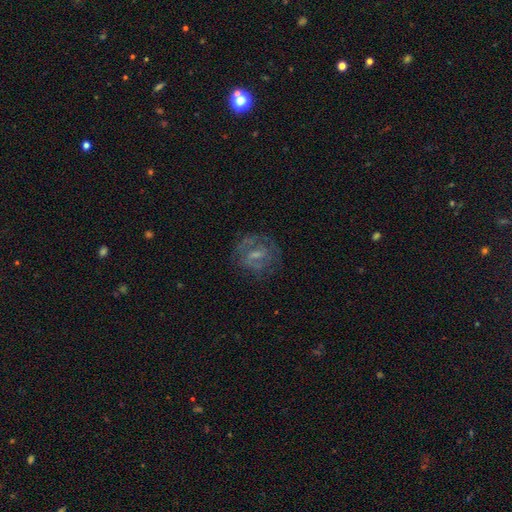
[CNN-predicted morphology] smooth_or_featured: featured or disk (p=0.64) [alt: smooth p=0.25]
disk_edge_on: no (p=0.96) [alt: yes p=0.04]
bar: weak (p=0.50) [alt: no p=0.30]
has_spiral_arms: yes (p=0.66) [alt: no p=0.34]
bulge_size: small (p=0.42) [alt: moderate p=0.32]
merging: none (p=0.67) [alt: minor disturbance p=0.18]